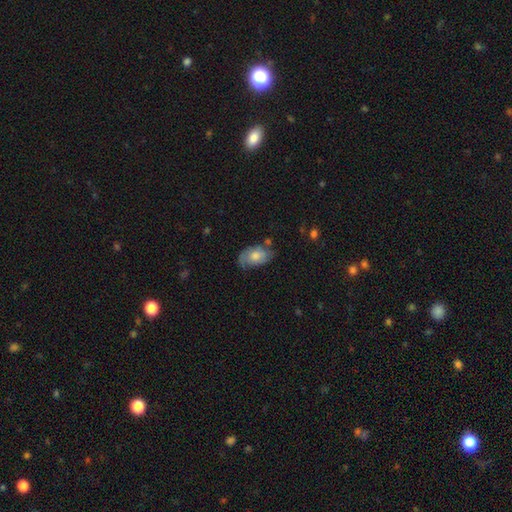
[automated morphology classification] smooth 57%, featured or disk 35%, star or artifact 7%. Down the decision tree: how rounded — in between (91%); merging — none (56%).